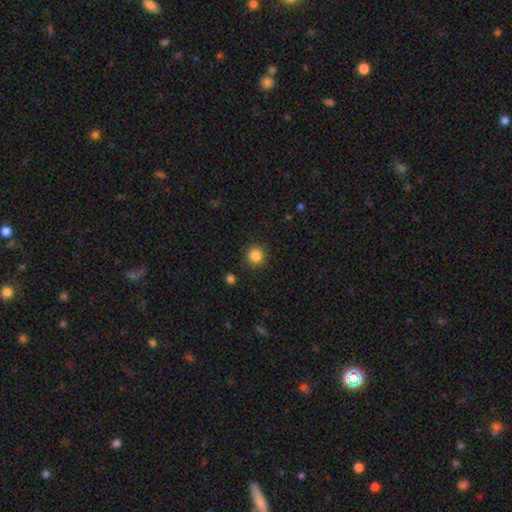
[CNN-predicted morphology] This is clearly a smooth galaxy (85%). How rounded: clearly round (94%). Merging: clearly none (91%).